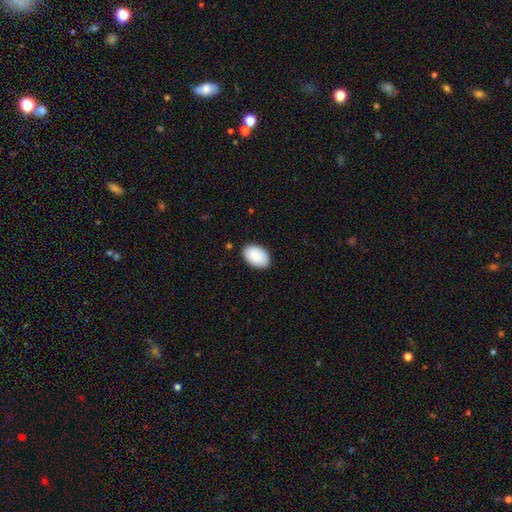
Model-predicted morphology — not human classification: Q: Smooth or featured?
A: smooth (90%); runner-up: star or artifact (6%)
Q: How rounded?
A: in between (92%); runner-up: round (7%)
Q: Merging?
A: none (85%); runner-up: minor disturbance (12%)